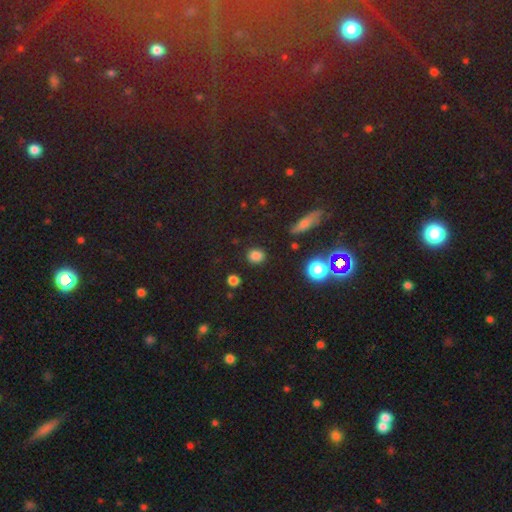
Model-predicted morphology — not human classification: Smooth or featured?
  - smooth: 80% *
  - star or artifact: 14%
  - featured or disk: 5%
How rounded?
  - round: 66% *
  - in between: 32%
  - cigar-shaped: 2%
Merging?
  - none: 87% *
  - minor disturbance: 9%
  - major disturbance: 3%
  - merger: 2%